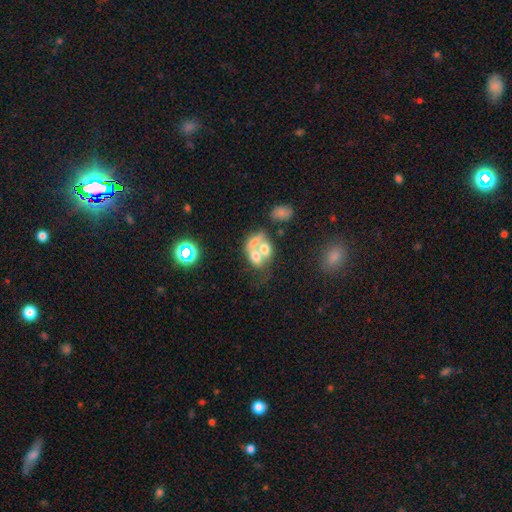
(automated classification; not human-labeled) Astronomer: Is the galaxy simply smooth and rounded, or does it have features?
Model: smooth — 52% (runner-up: featured or disk, 34%).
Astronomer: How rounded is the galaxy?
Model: in between — 64%.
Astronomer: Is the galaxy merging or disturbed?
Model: merger — 70%.